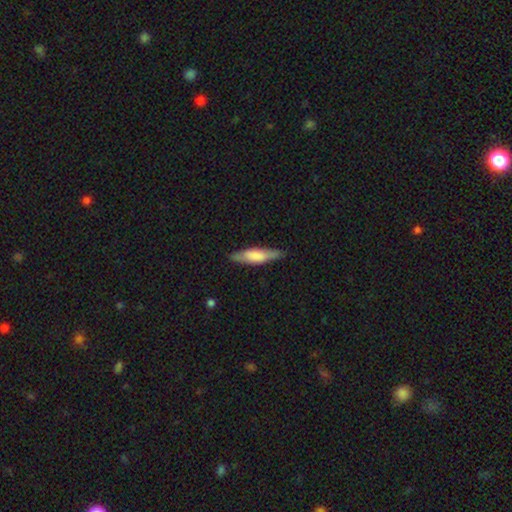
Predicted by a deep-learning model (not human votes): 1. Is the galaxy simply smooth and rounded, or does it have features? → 60% smooth, 35% featured or disk, 6% star or artifact.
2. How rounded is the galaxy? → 69% cigar-shaped, 29% in between, 2% round.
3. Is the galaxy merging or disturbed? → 82% none, 14% minor disturbance, 3% major disturbance, 1% merger.